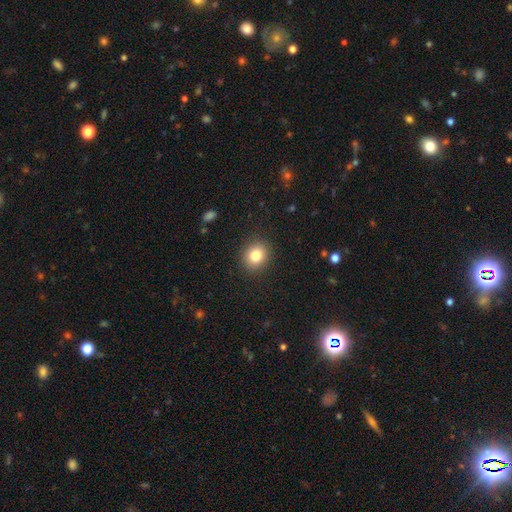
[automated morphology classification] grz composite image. It shows a smooth galaxy with no disk features (82%) that is round (74%). Merging: none (90%).